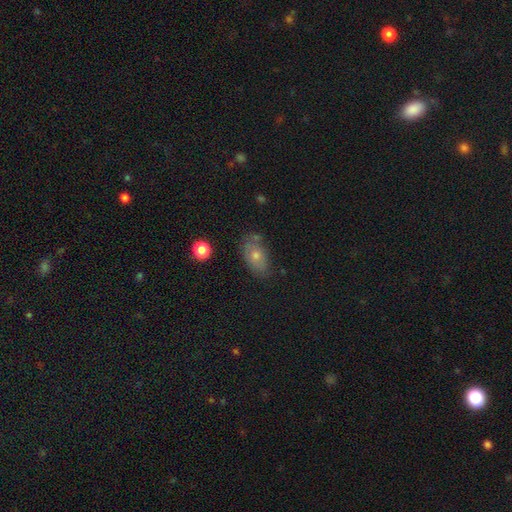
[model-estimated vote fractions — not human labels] A smooth galaxy with no disk features (61%) that is in between round and cigar-shaped (87%).

Vote fractions:
- Smooth or featured? smooth: 61% / featured or disk: 25% / star or artifact: 14%
- How rounded? in between: 87% / round: 11% / cigar-shaped: 3%
- Merging? none: 70% / minor disturbance: 21% / major disturbance: 5% / merger: 4%